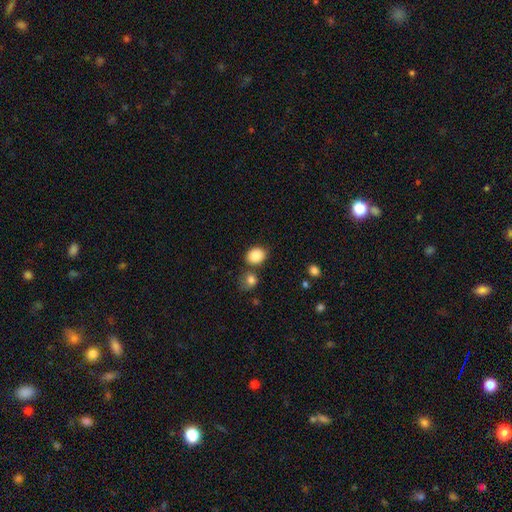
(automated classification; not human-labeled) Overall: smooth (86%). How rounded: in between (50%; round 49%). Merging: none (70%).